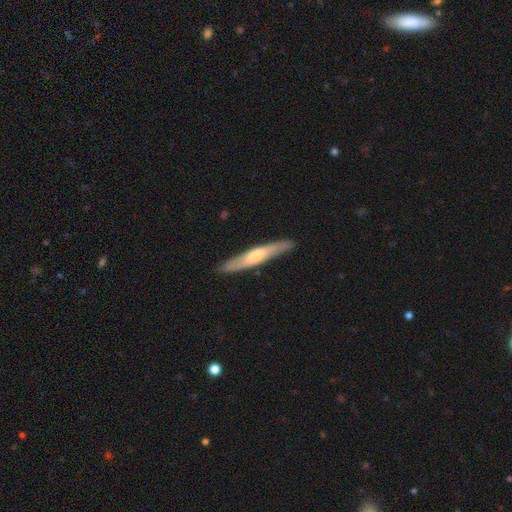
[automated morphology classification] A smooth galaxy with no disk features (50%).

Vote fractions:
- Smooth or featured? smooth: 50% / featured or disk: 45% / star or artifact: 5%
- Merging? none: 87% / minor disturbance: 10% / major disturbance: 2% / merger: 1%